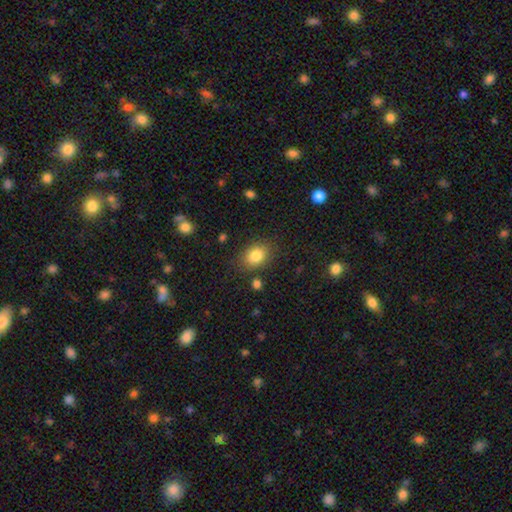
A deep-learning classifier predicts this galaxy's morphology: smooth-or-featured: smooth: 83% | star or artifact: 9% | featured or disk: 7%
  how-rounded: in between: 62% | round: 37% | cigar-shaped: 1%
  merging: none: 81% | minor disturbance: 12% | major disturbance: 4% | merger: 3%